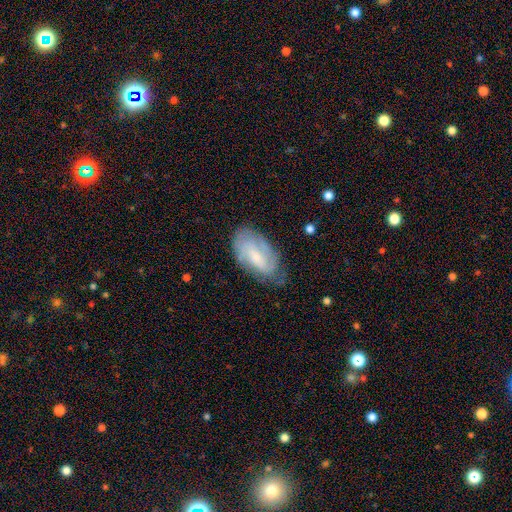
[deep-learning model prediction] featured or disk 58%, smooth 35%, star or artifact 7%. Down the decision tree: edge-on disk — no (94%); bar — no (47%); spiral arms — yes (81%); bulge size — small (54%); merging — none (65%).